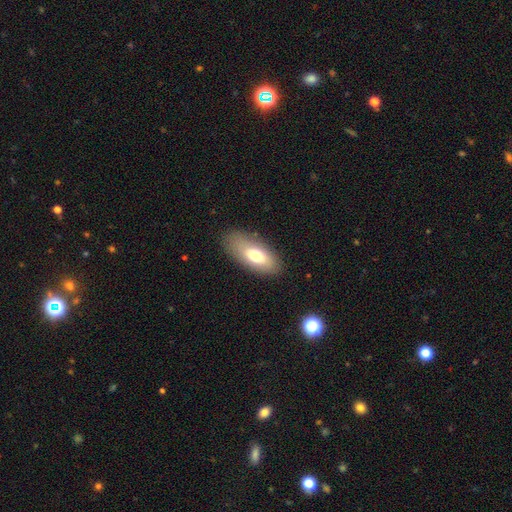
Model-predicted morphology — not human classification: type=smooth (70%); roundness=in between (86%); merging=none (82%).